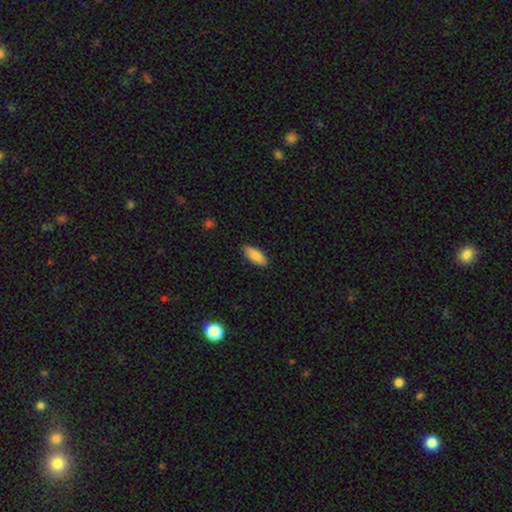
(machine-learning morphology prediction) smooth-or-featured: smooth: 85% | featured or disk: 9% | star or artifact: 6%
  how-rounded: in between: 75% | cigar-shaped: 23% | round: 2%
  merging: none: 88% | minor disturbance: 10% | major disturbance: 2% | merger: 1%